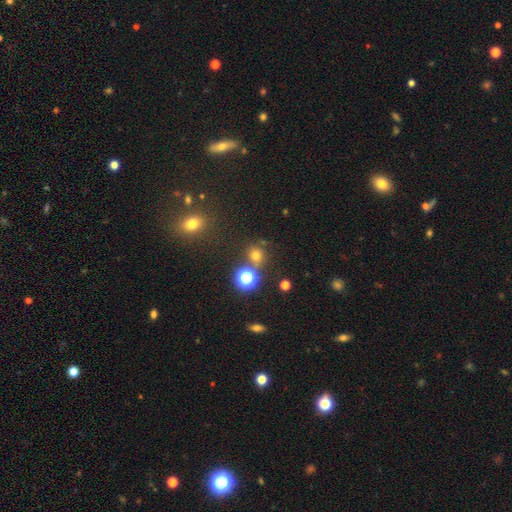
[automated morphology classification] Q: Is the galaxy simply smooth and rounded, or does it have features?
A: smooth — 64%.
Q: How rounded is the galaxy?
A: round — 87%.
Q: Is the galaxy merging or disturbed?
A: none — 71%.